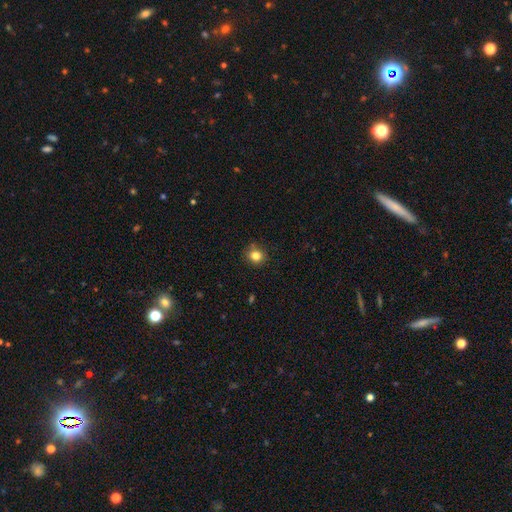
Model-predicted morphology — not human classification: type=smooth (83%); roundness=round (81%); merging=none (79%).